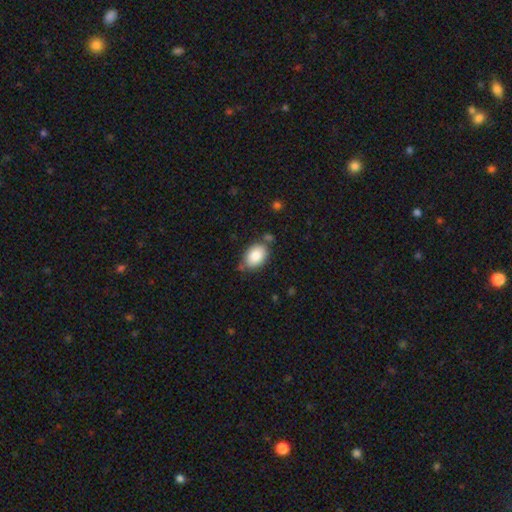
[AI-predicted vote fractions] smooth 85%, featured or disk 8%, star or artifact 7%. Down the decision tree: how rounded — in between (83%); merging — none (71%).